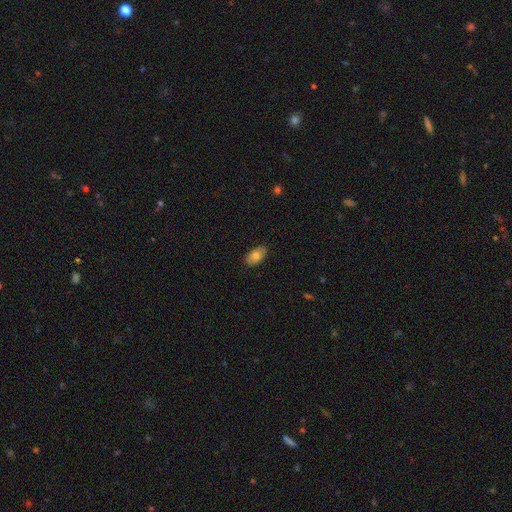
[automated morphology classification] This is likely a smooth galaxy (77%). How rounded: clearly in between (93%). Merging: clearly none (87%).